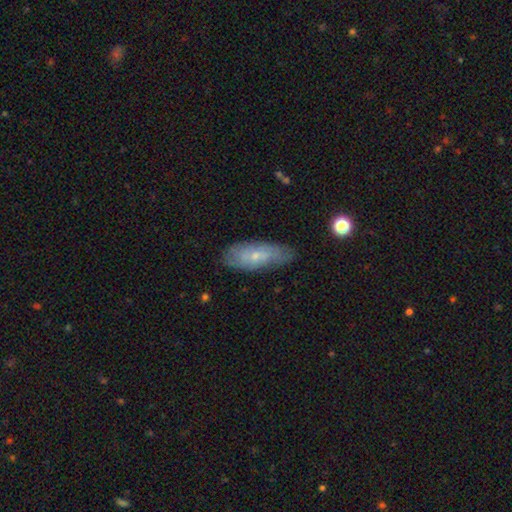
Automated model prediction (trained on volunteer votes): The model was most divided on "smooth or featured": smooth: 51%, featured or disk: 42%, star or artifact: 7%. More confident: merging — none (71%); how rounded — in between (69%).